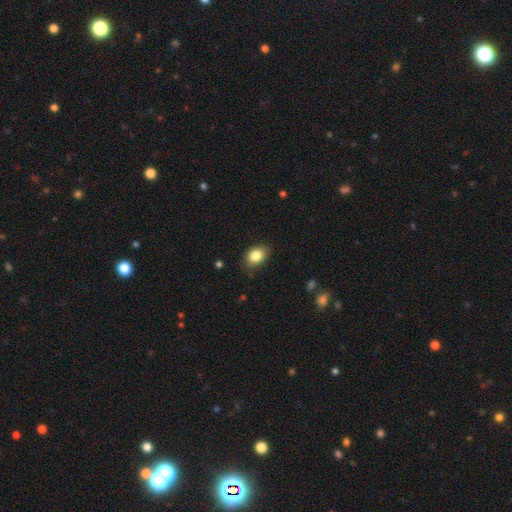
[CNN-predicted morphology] smooth 84%, star or artifact 9%, featured or disk 7%. Down the decision tree: how rounded — in between (72%); merging — none (84%).